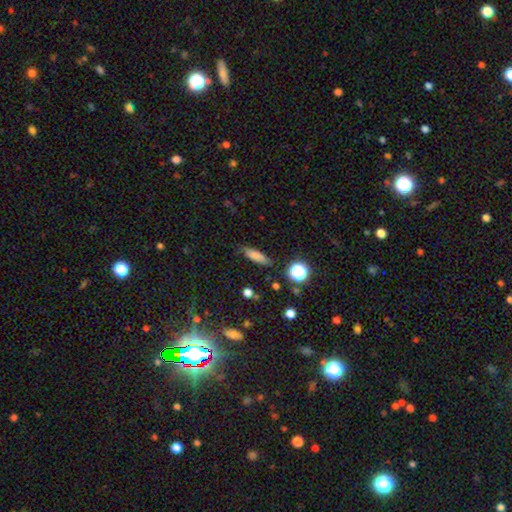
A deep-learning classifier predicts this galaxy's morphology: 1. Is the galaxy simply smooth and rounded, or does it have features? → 80% smooth, 11% star or artifact, 9% featured or disk.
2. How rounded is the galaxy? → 53% cigar-shaped, 42% in between, 5% round.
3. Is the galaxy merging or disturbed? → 81% none, 14% minor disturbance, 3% major disturbance, 2% merger.